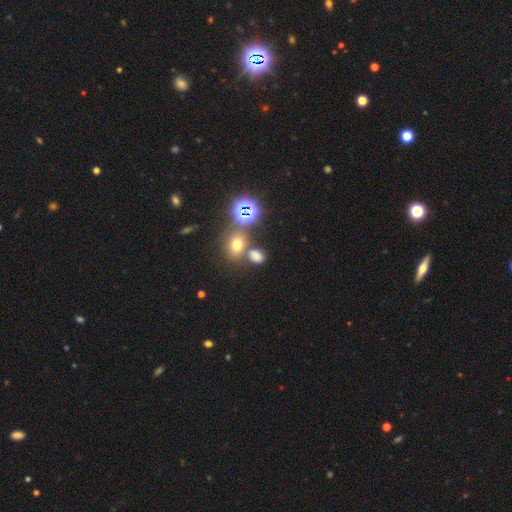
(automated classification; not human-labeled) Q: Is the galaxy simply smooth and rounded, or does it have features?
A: smooth — 63%.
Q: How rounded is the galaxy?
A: in between — 55%.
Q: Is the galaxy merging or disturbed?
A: none — 61%.